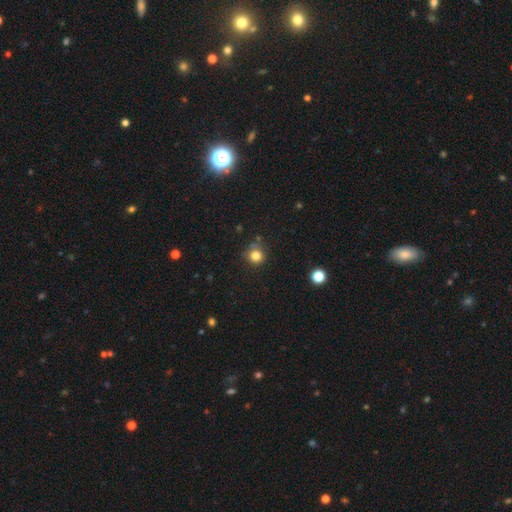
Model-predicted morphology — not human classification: smooth 81%, star or artifact 13%, featured or disk 6%. Down the decision tree: how rounded — round (89%); merging — none (74%).